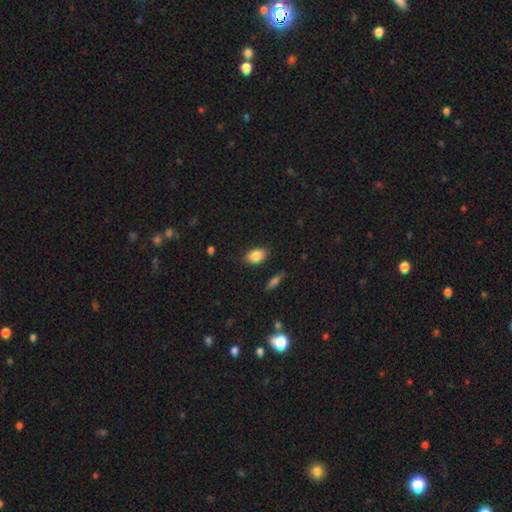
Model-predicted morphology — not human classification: smooth_or_featured: smooth (p=0.84) [alt: star or artifact p=0.08]
how_rounded: in between (p=0.82) [alt: round p=0.16]
merging: none (p=0.82) [alt: minor disturbance p=0.13]